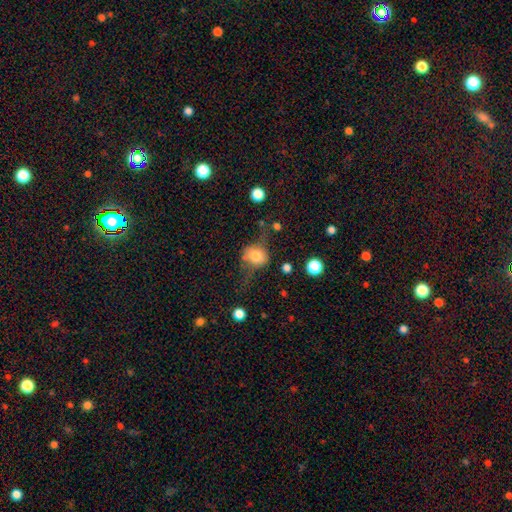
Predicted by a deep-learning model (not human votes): Smooth or featured: smooth — 66% (featured or disk — 23%)
How rounded: round — 66% (in between — 32%)
Merging: none — 50% (minor disturbance — 27%)